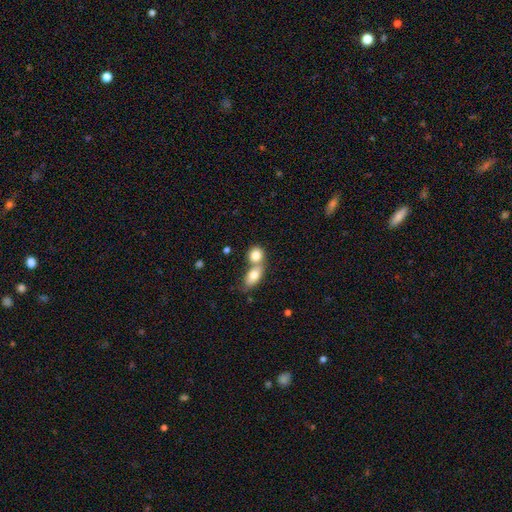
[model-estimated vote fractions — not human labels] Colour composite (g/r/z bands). It shows a smooth galaxy with no disk features (81%) that is in between round and cigar-shaped (49%, tied with round). Merging: merger (63%).